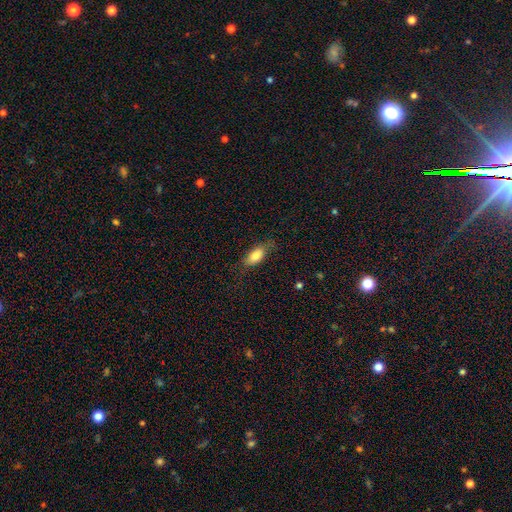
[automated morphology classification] type=smooth (80%); roundness=in between (84%); merging=none (75%).